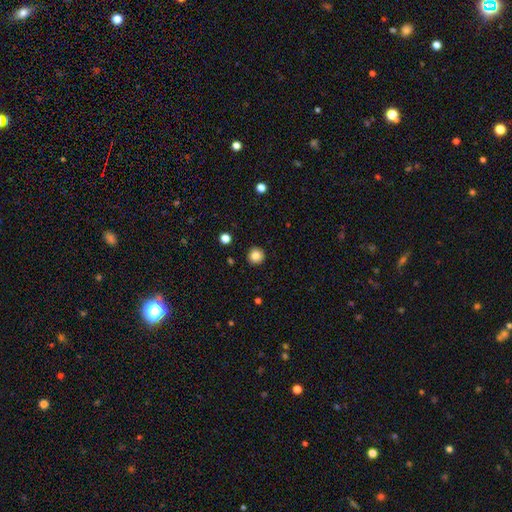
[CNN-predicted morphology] Overall: smooth (84%). How rounded: round (95%). Merging: none (91%).